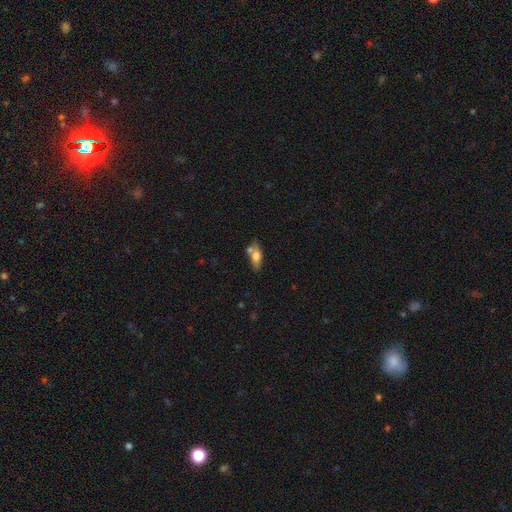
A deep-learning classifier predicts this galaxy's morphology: A smooth galaxy with no disk features (65%) that is in between round and cigar-shaped (71%).

Vote fractions:
- Smooth or featured? smooth: 65% / featured or disk: 28% / star or artifact: 7%
- How rounded? in between: 71% / cigar-shaped: 25% / round: 4%
- Merging? none: 57% / merger: 21% / minor disturbance: 16% / major disturbance: 5%